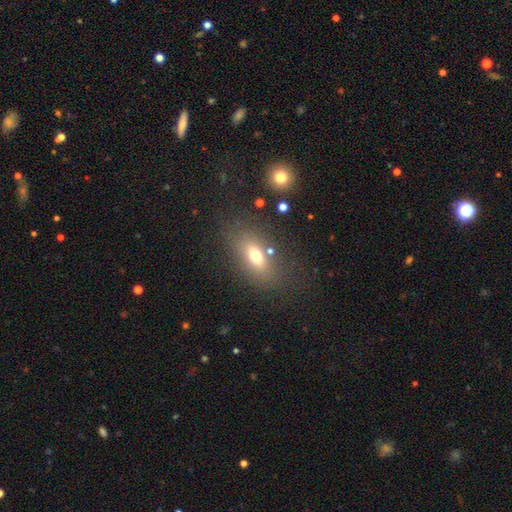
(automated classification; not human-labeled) The model was most divided on "smooth or featured": smooth: 67%, featured or disk: 19%, star or artifact: 14%. More confident: how rounded — in between (78%); merging — none (76%).